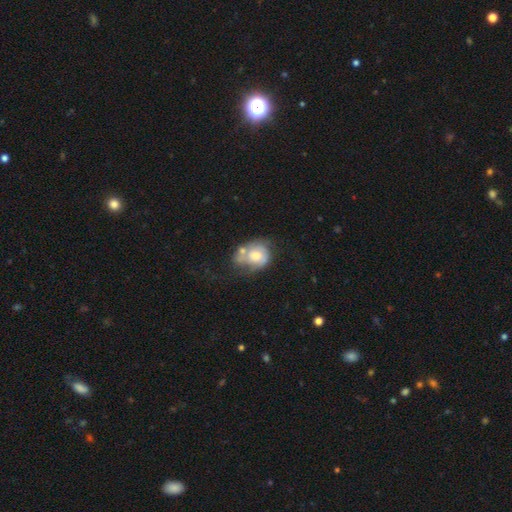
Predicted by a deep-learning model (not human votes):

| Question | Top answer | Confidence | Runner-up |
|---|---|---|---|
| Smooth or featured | smooth | 47% | featured or disk (46%) |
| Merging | merger | 36% | none (26%) |